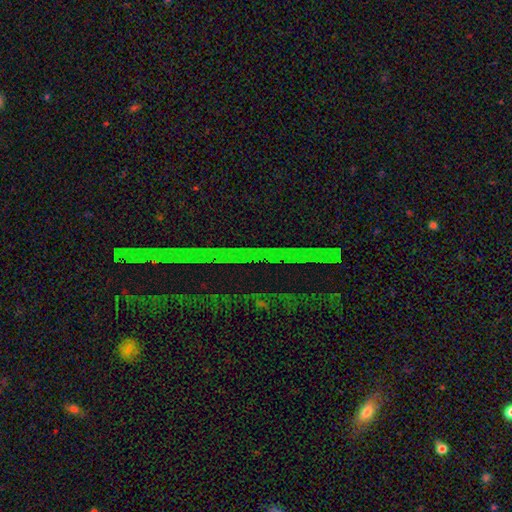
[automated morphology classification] A star or artifact, not a galaxy (80%).

Vote fractions:
- Smooth or featured? star or artifact: 80% / featured or disk: 12% / smooth: 8%